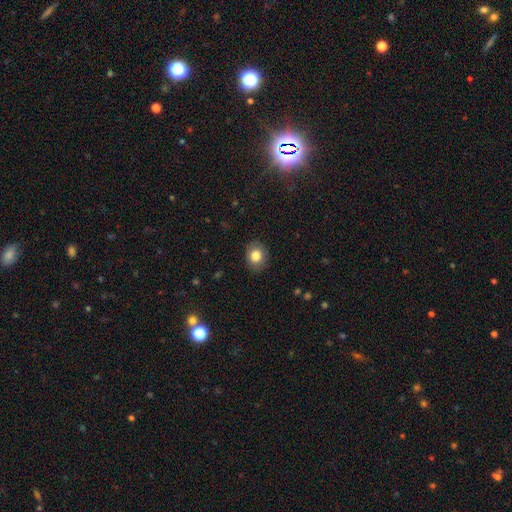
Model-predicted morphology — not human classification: A smooth galaxy with no disk features (82%) that is round (59%).

Vote fractions:
- Smooth or featured? smooth: 82% / featured or disk: 9% / star or artifact: 9%
- How rounded? round: 59% / in between: 41% / cigar-shaped: 1%
- Merging? none: 87% / minor disturbance: 10% / major disturbance: 3% / merger: 1%